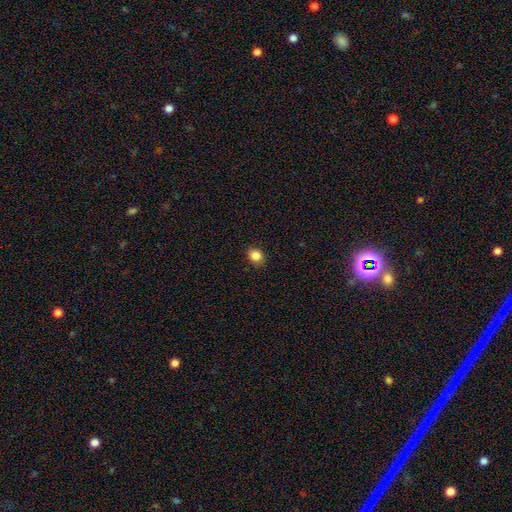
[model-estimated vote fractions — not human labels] This is clearly a smooth galaxy (85%). How rounded: likely round (76%). Merging: clearly none (91%).